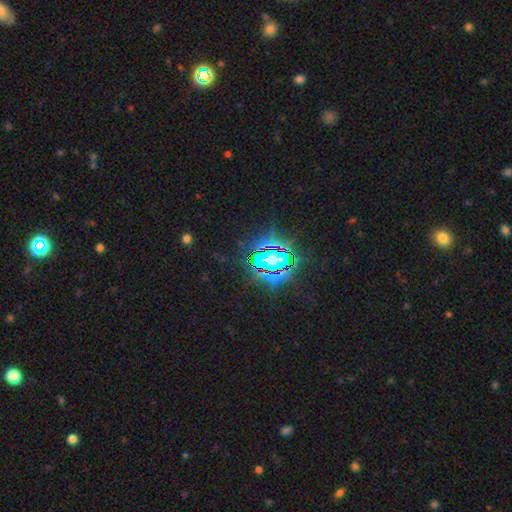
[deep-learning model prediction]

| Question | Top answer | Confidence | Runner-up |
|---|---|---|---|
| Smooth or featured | star or artifact | 83% | smooth (10%) |